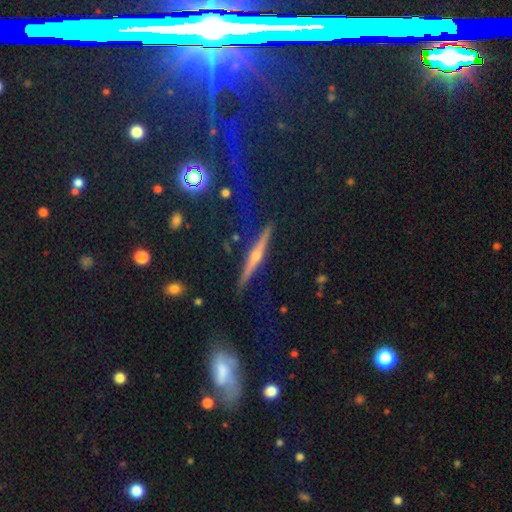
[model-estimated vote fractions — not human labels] Smooth or featured?
  - featured or disk: 75% *
  - star or artifact: 12%
  - smooth: 12%
Edge-on disk?
  - yes: 97% *
  - no: 3%
Edge-on bulge?
  - rounded: 92% *
  - none: 5%
  - boxy: 3%
Merging?
  - none: 88% *
  - minor disturbance: 8%
  - major disturbance: 2%
  - merger: 2%